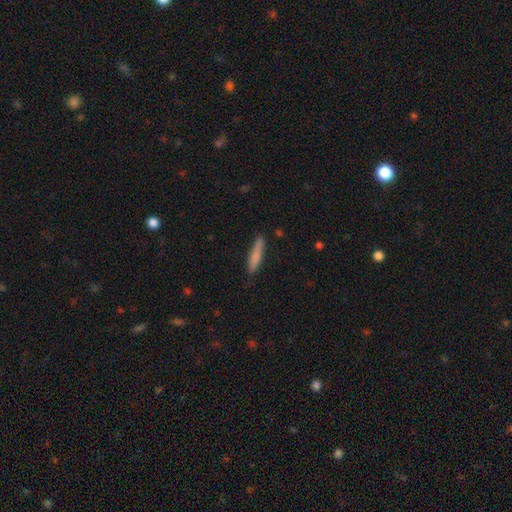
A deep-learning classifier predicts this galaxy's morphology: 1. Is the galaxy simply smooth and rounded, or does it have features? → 78% smooth, 16% featured or disk, 6% star or artifact.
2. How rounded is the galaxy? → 91% cigar-shaped, 8% in between, 1% round.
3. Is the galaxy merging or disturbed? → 83% none, 13% minor disturbance, 2% major disturbance, 2% merger.